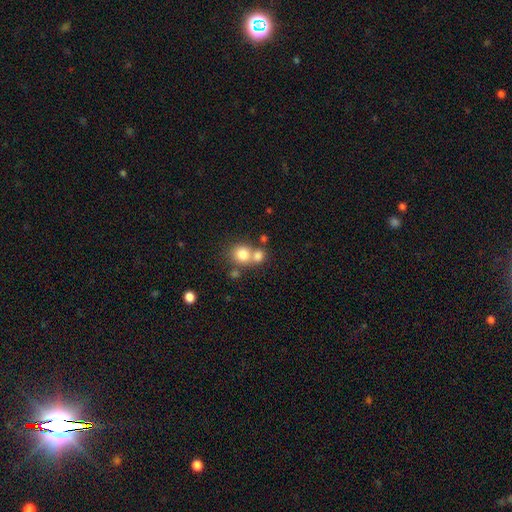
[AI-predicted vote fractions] This is likely a smooth galaxy (74%). How rounded: clearly round (81%). Merging: possibly merger (47%).